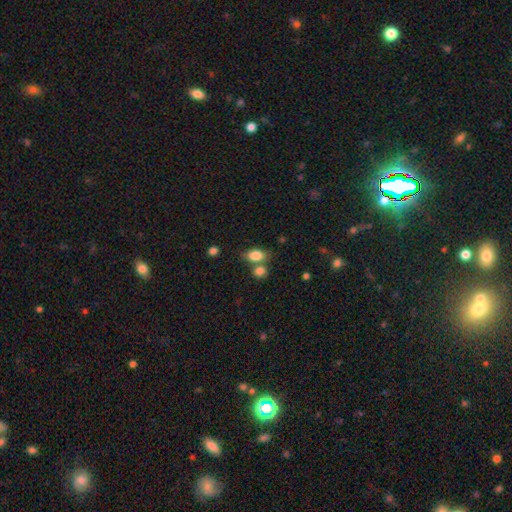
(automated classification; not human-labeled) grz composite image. It shows a smooth galaxy with no disk features (83%) that is in between round and cigar-shaped (84%). Merging: none (53%).